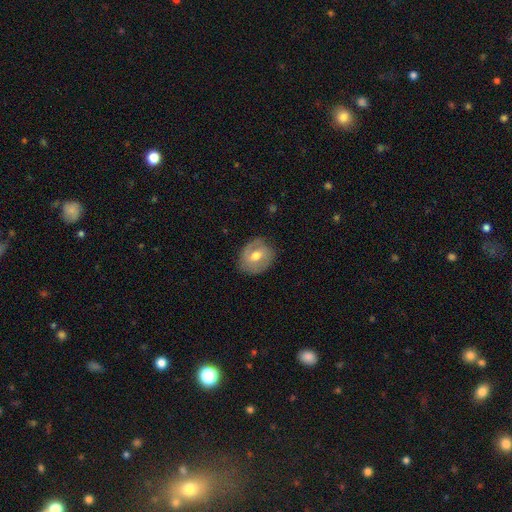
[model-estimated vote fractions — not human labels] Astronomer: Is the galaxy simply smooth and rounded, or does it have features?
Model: featured or disk — 48% (runner-up: smooth, 45%).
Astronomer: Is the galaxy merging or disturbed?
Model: none — 76%.